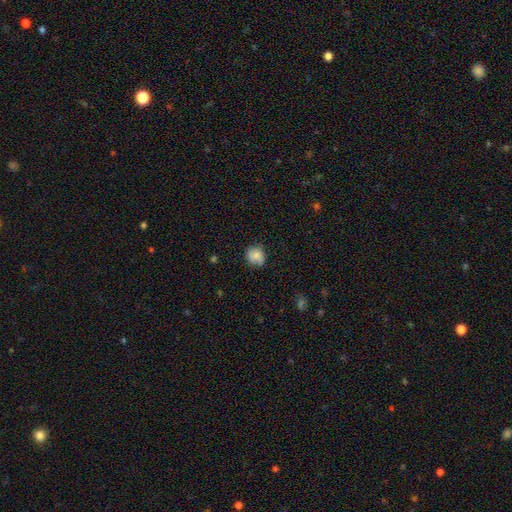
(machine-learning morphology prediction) Smooth or featured: smooth — 75% (featured or disk — 16%)
How rounded: round — 75% (in between — 24%)
Merging: none — 62% (minor disturbance — 29%)